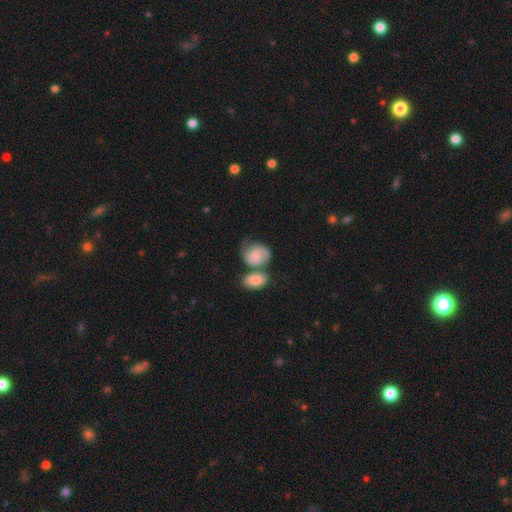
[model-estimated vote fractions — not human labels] This is possibly a smooth galaxy (57%). How rounded: possibly in between (52%). Merging: marginally merger (43%).